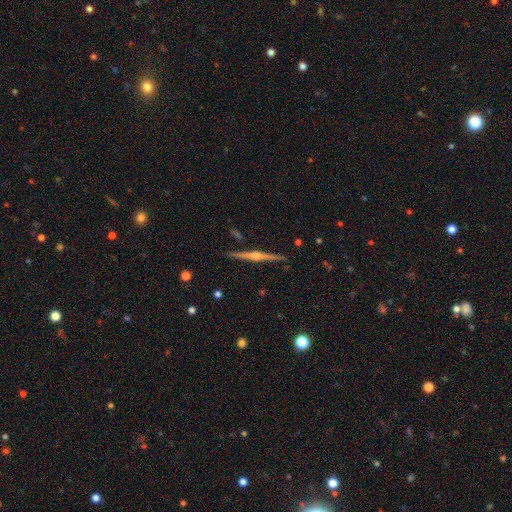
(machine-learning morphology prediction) A featured or disk galaxy (87%) viewed edge-on (99%) with a rounded central bulge (94%).

Vote fractions:
- Smooth or featured? featured or disk: 87% / smooth: 8% / star or artifact: 5%
- Edge-on disk? yes: 99% / no: 1%
- Edge-on bulge? rounded: 94% / boxy: 3% / none: 3%
- Merging? none: 92% / minor disturbance: 6% / merger: 1% / major disturbance: 1%